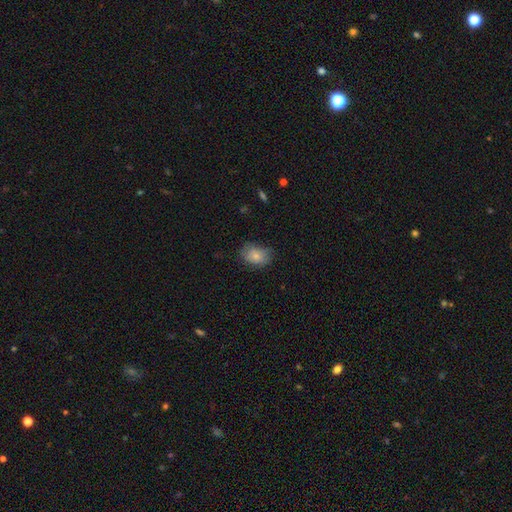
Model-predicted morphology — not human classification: A smooth galaxy with no disk features (76%) that is in between round and cigar-shaped (76%).

Vote fractions:
- Smooth or featured? smooth: 76% / featured or disk: 16% / star or artifact: 8%
- How rounded? in between: 76% / round: 22% / cigar-shaped: 1%
- Merging? none: 64% / minor disturbance: 27% / major disturbance: 7% / merger: 1%